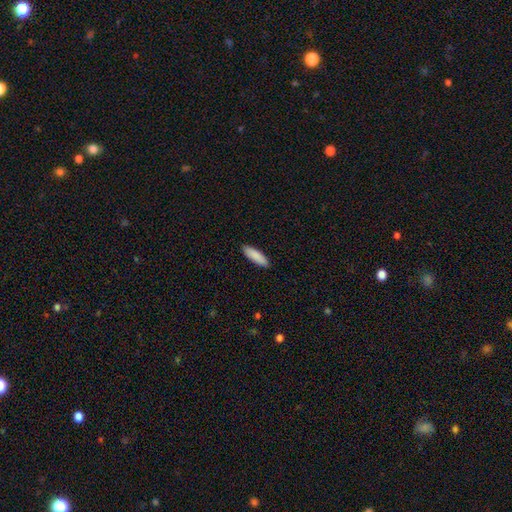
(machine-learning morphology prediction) This is clearly a smooth galaxy (89%). How rounded: possibly cigar-shaped (55%). Merging: clearly none (90%).